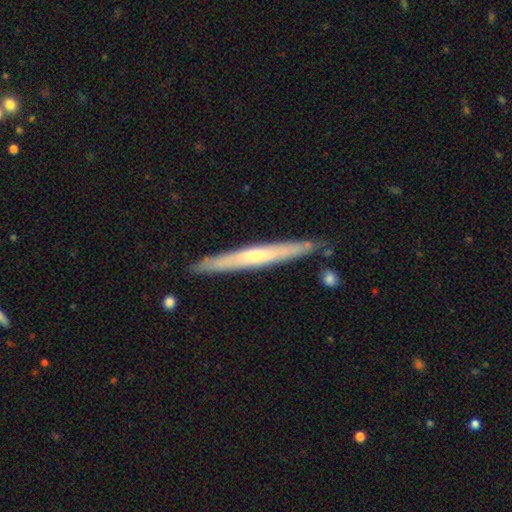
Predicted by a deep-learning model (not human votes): This appears to be a featured or disk galaxy (57%) viewed edge-on (93%) with no central bulge (48%). Merging: none (86%).